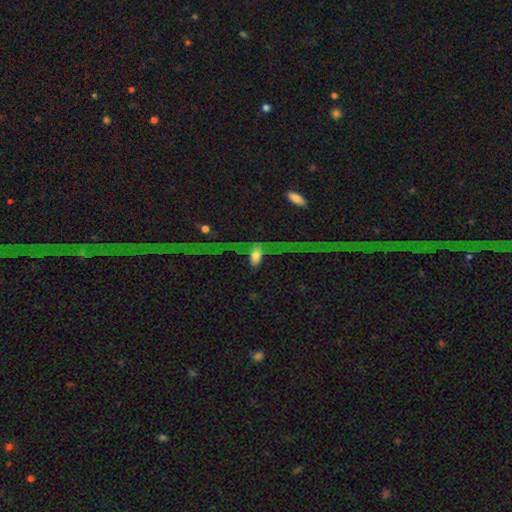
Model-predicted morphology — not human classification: This is possibly a smooth galaxy (47%). Merging: possibly none (45%).